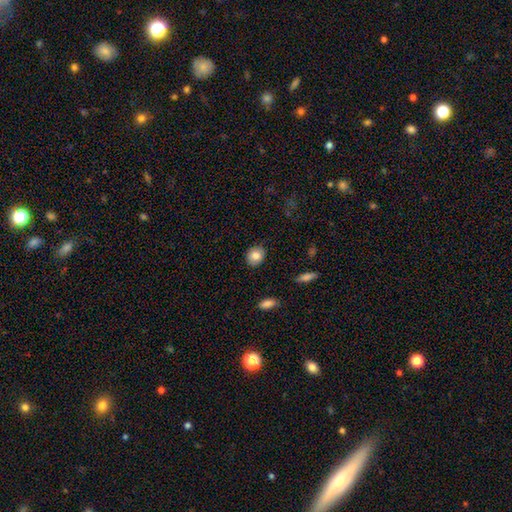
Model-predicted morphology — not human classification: Smooth or featured: smooth — 81% (featured or disk — 11%)
How rounded: round — 65% (in between — 34%)
Merging: none — 87% (minor disturbance — 10%)